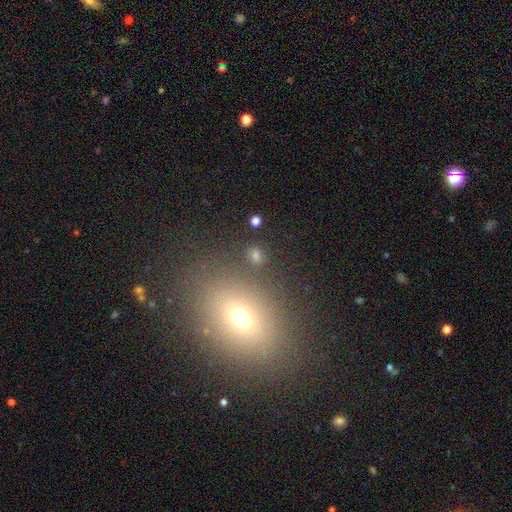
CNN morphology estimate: Smooth or featured? smooth (63%)
How rounded? in between (66%)
Merging? none (81%)